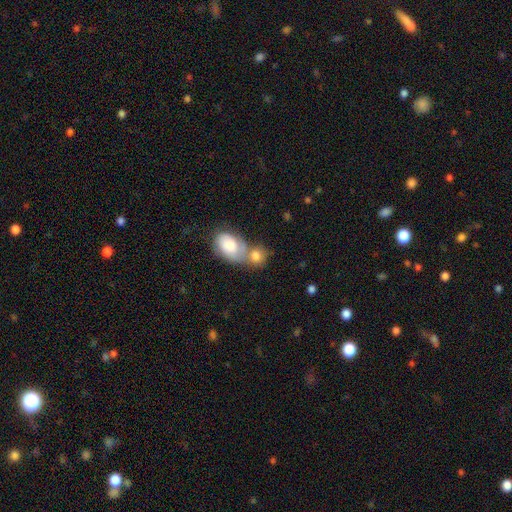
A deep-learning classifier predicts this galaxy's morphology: Smooth or featured: smooth — 76% (featured or disk — 17%)
How rounded: in between — 55% (round — 43%)
Merging: merger — 64% (none — 23%)